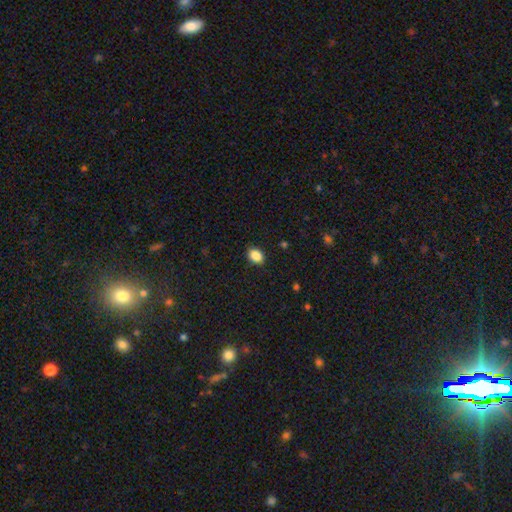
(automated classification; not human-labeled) This is clearly a smooth galaxy (88%). How rounded: likely in between (76%). Merging: clearly none (89%).